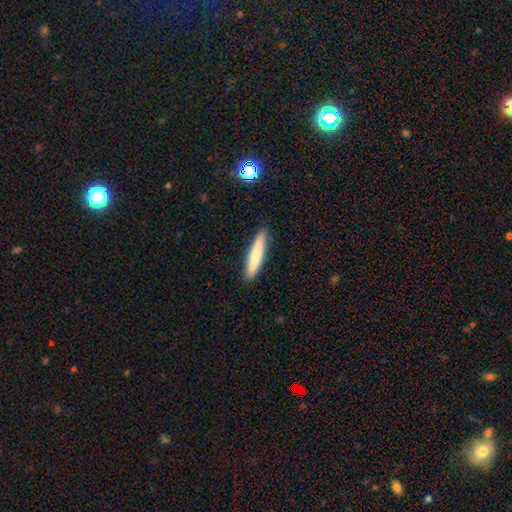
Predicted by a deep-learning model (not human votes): Smooth or featured? Predicted: smooth (p=0.76). How rounded? Predicted: cigar-shaped (p=0.87). Merging? Predicted: none (p=0.89).